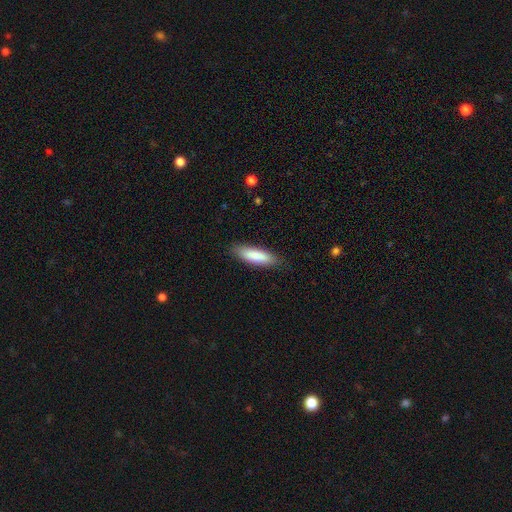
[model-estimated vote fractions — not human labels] Smooth or featured? smooth (83%)
How rounded? cigar-shaped (56%)
Merging? none (86%)